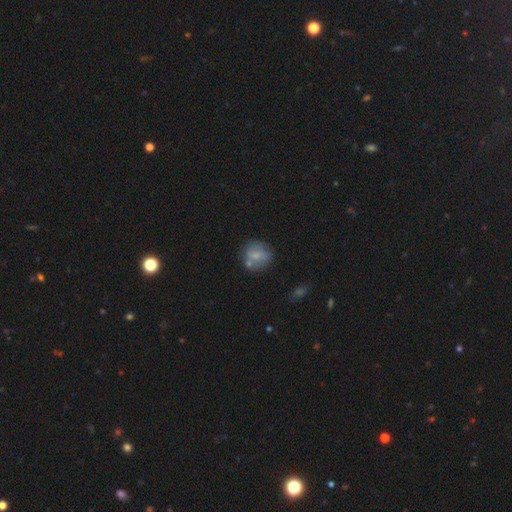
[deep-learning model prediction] This is likely a smooth galaxy (66%). How rounded: clearly round (82%). Merging: likely none (61%).